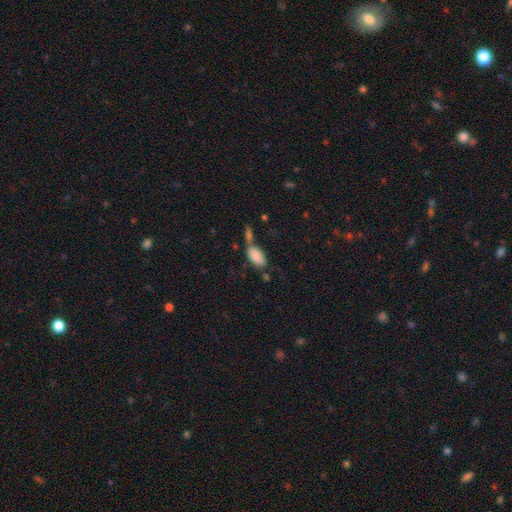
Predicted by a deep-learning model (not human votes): Q: Smooth or featured?
A: smooth (84%); runner-up: featured or disk (9%)
Q: How rounded?
A: in between (93%); runner-up: cigar-shaped (4%)
Q: Merging?
A: none (45%); runner-up: merger (32%)